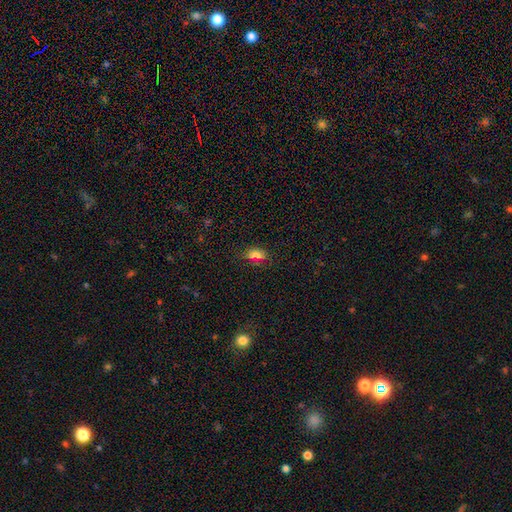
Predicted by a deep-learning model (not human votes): smooth-or-featured: smooth: 71% | star or artifact: 20% | featured or disk: 9%
  how-rounded: in between: 80% | round: 14% | cigar-shaped: 6%
  merging: none: 76% | minor disturbance: 16% | major disturbance: 5% | merger: 3%